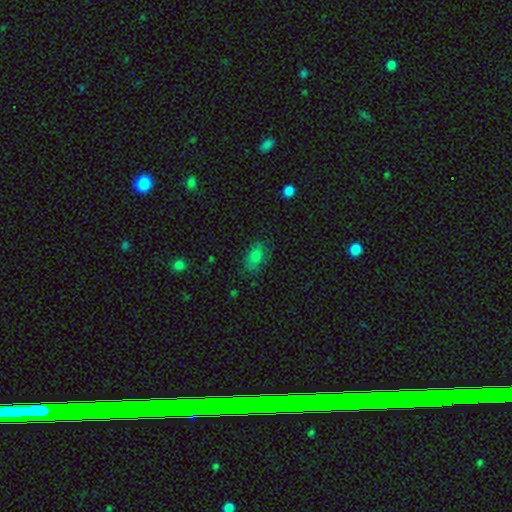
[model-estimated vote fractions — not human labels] A smooth galaxy with no disk features (78%) that is in between round and cigar-shaped (86%).

Vote fractions:
- Smooth or featured? smooth: 78% / featured or disk: 11% / star or artifact: 11%
- How rounded? in between: 86% / round: 11% / cigar-shaped: 3%
- Merging? none: 72% / minor disturbance: 20% / major disturbance: 6% / merger: 2%